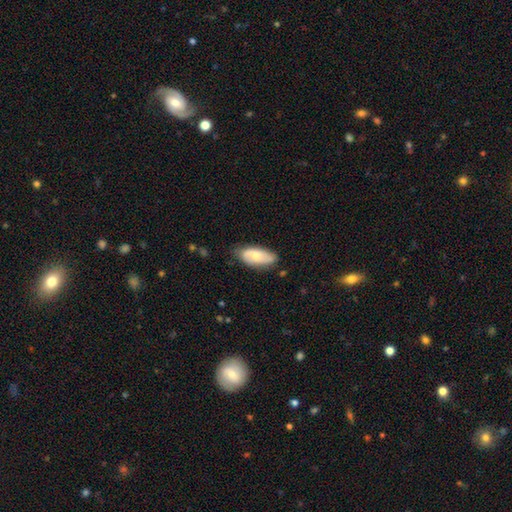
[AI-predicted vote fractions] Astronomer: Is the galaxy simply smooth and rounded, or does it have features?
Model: smooth — 54% (runner-up: featured or disk, 40%).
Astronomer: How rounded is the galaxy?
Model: in between — 88%.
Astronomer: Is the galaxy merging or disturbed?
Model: none — 72%.